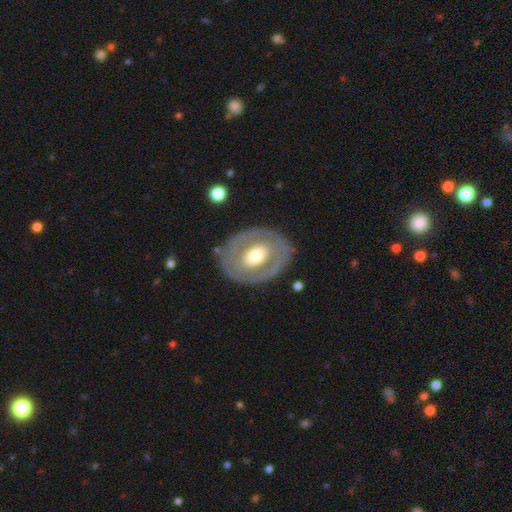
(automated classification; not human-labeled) smooth-or-featured: featured or disk: 64% | smooth: 31% | star or artifact: 5%
  disk-edge-on: no: 95% | yes: 5%
    bar: no: 69% | weak: 20% | strong: 11%
    has-spiral-arms: no: 68% | yes: 32%
    bulge-size: moderate: 57% | large: 22% | small: 18% | dominant: 2% | none: 1%
  merging: none: 81% | minor disturbance: 11% | major disturbance: 6% | merger: 2%